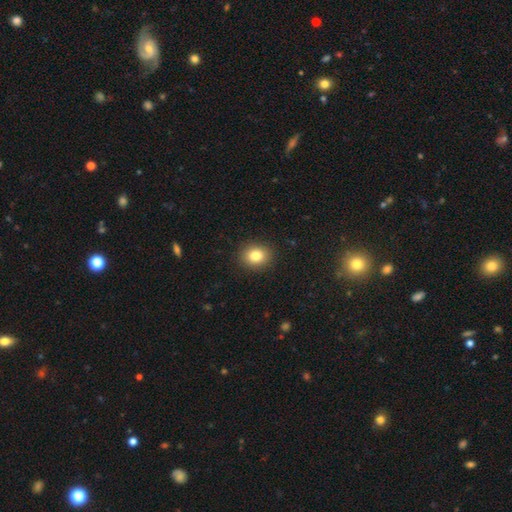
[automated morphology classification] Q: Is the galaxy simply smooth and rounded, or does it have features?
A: smooth — 82%.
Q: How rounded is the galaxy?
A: round — 63%.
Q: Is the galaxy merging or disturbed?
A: none — 90%.